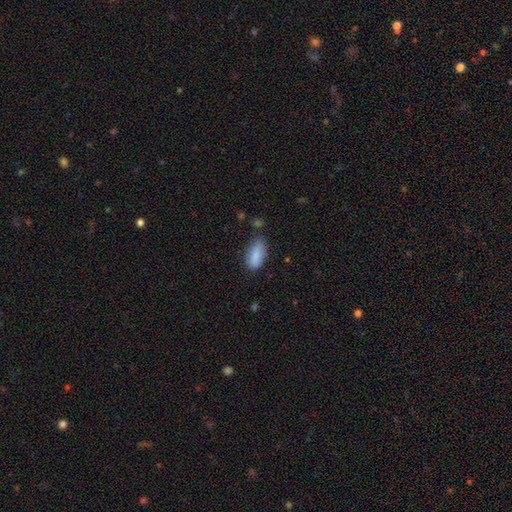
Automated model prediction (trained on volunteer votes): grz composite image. It shows a smooth galaxy with no disk features (88%) that is in between round and cigar-shaped (85%). Merging: none (76%).